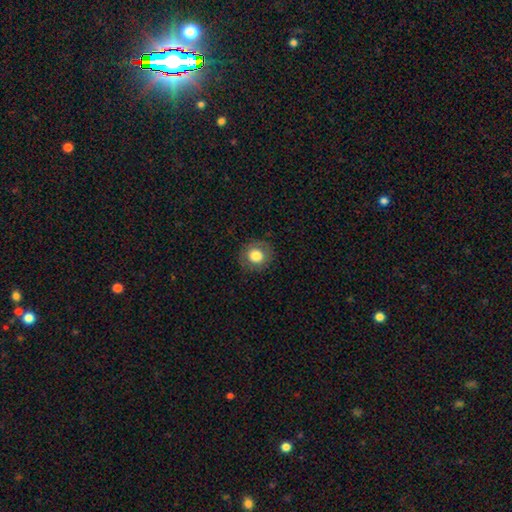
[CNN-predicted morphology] Smooth or featured: smooth — 77% (featured or disk — 13%)
How rounded: round — 89% (in between — 10%)
Merging: none — 86% (minor disturbance — 9%)